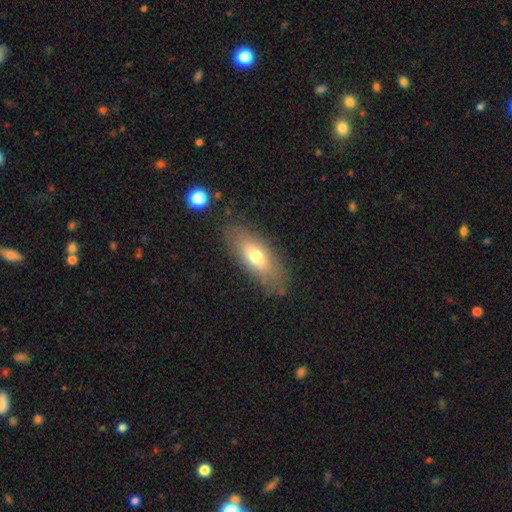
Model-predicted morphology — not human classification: A smooth galaxy with no disk features (67%) that is in between round and cigar-shaped (77%). Merging: none (80%).